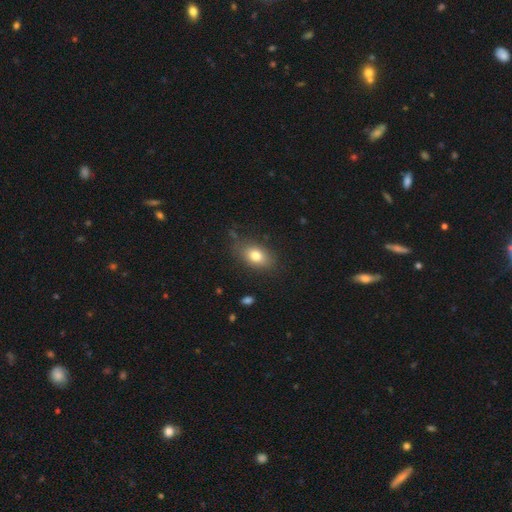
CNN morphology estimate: smooth-or-featured: smooth: 78% | featured or disk: 13% | star or artifact: 9%
  how-rounded: in between: 85% | round: 13% | cigar-shaped: 2%
  merging: none: 78% | minor disturbance: 15% | major disturbance: 4% | merger: 2%